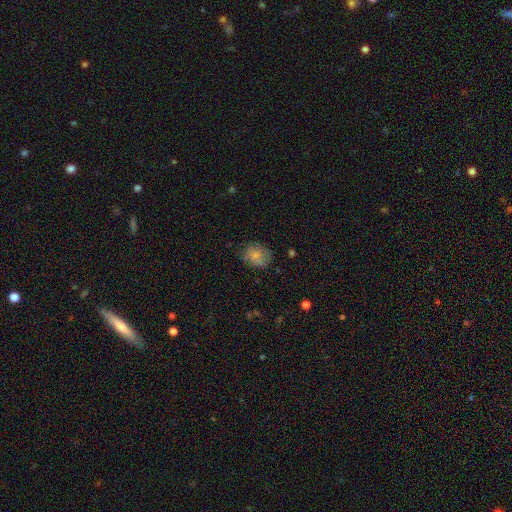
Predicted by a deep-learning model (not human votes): Smooth or featured: smooth — 78% (featured or disk — 13%)
How rounded: round — 62% (in between — 37%)
Merging: none — 71% (minor disturbance — 22%)